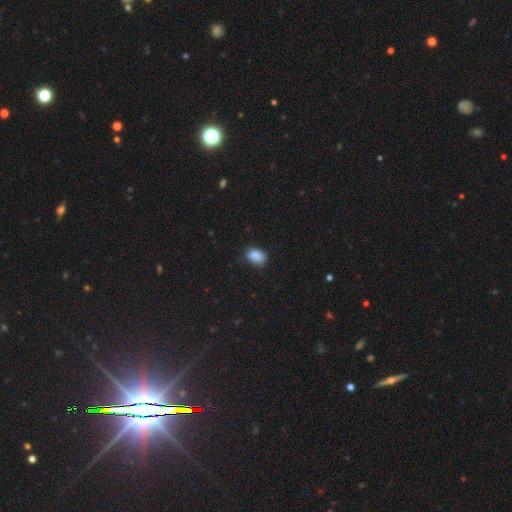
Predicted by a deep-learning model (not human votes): Smooth or featured? Predicted: smooth (p=0.87). How rounded? Predicted: in between (p=0.82). Merging? Predicted: none (p=0.72).